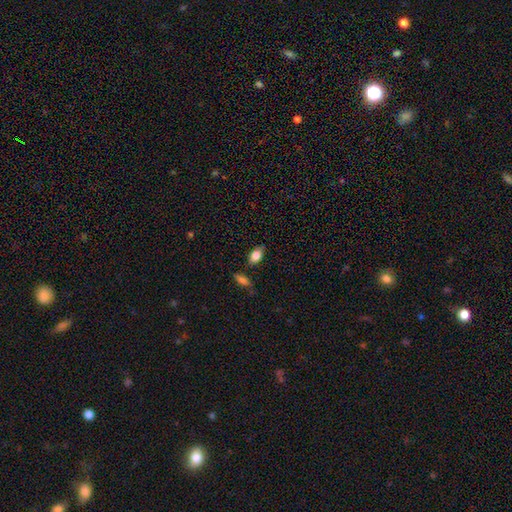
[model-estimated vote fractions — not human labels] Smooth or featured? smooth (79%)
How rounded? in between (86%)
Merging? none (77%)